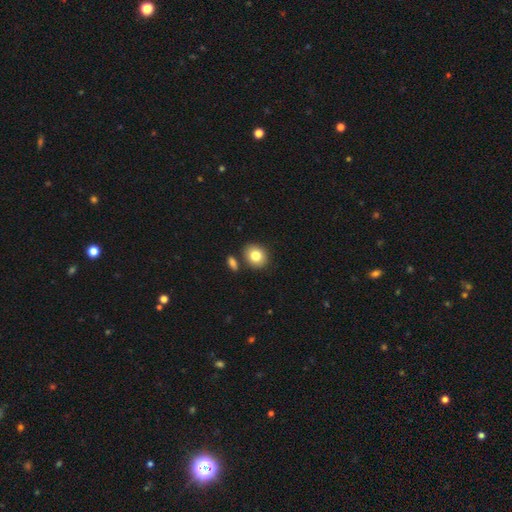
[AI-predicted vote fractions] Q: Smooth or featured?
A: smooth (82%); runner-up: star or artifact (9%)
Q: How rounded?
A: round (62%); runner-up: in between (38%)
Q: Merging?
A: none (80%); runner-up: minor disturbance (9%)